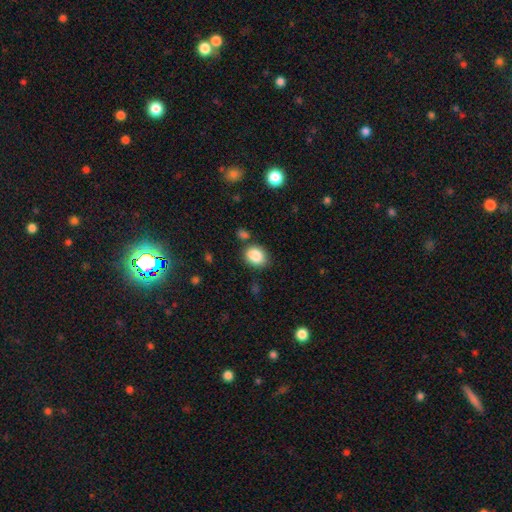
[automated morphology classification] A smooth galaxy with no disk features (86%) that is in between round and cigar-shaped (57%).

Vote fractions:
- Smooth or featured? smooth: 86% / star or artifact: 9% / featured or disk: 5%
- How rounded? in between: 57% / round: 42% / cigar-shaped: 1%
- Merging? none: 77% / minor disturbance: 13% / merger: 6% / major disturbance: 4%